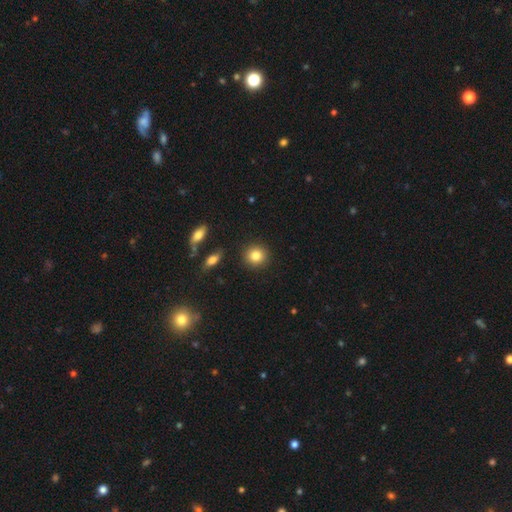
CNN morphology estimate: Q: Smooth or featured?
A: smooth (84%); runner-up: star or artifact (9%)
Q: How rounded?
A: round (89%); runner-up: in between (10%)
Q: Merging?
A: none (90%); runner-up: minor disturbance (6%)